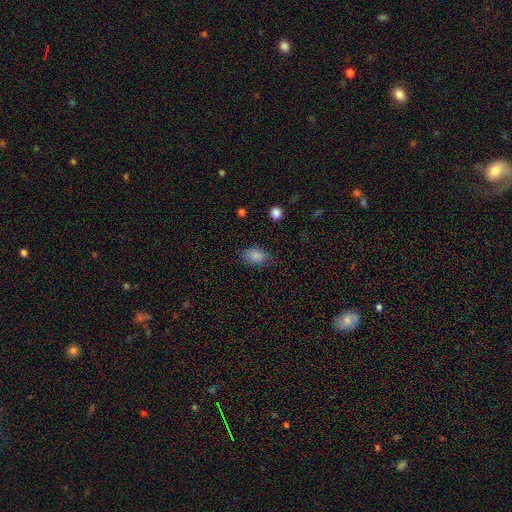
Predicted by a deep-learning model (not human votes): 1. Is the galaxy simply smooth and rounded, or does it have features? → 85% smooth, 10% star or artifact, 5% featured or disk.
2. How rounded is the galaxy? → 84% in between, 14% round, 1% cigar-shaped.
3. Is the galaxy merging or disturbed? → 77% none, 18% minor disturbance, 5% major disturbance, 1% merger.